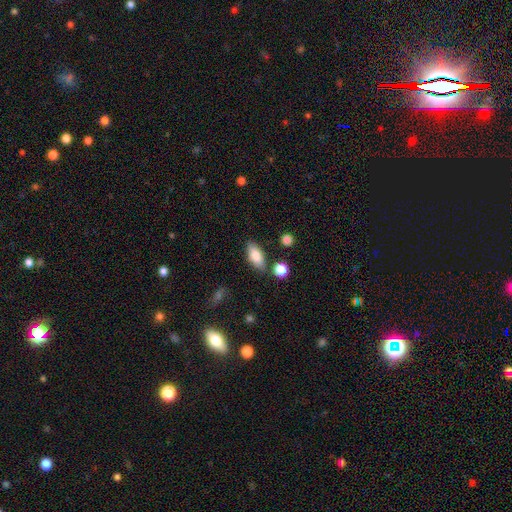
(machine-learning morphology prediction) Smooth or featured?
  - smooth: 79% *
  - featured or disk: 13%
  - star or artifact: 7%
How rounded?
  - in between: 83% *
  - cigar-shaped: 13%
  - round: 4%
Merging?
  - none: 81% *
  - minor disturbance: 12%
  - merger: 4%
  - major disturbance: 3%